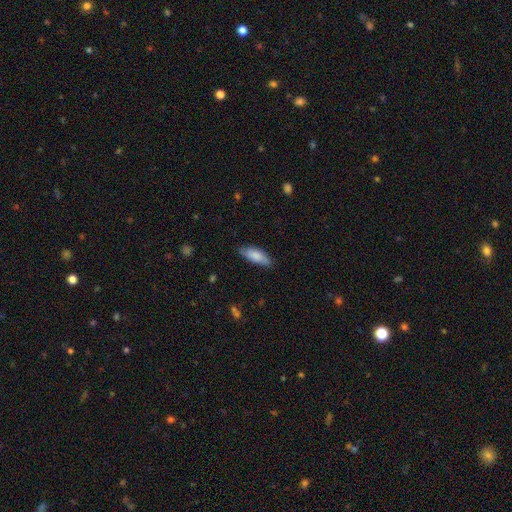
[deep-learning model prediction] Morphology: type=smooth (78%); roundness=in between (72%); merging=none (77%).